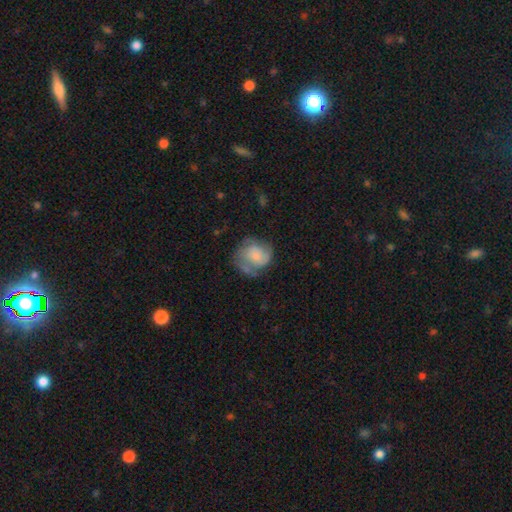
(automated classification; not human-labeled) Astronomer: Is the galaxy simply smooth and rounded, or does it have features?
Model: featured or disk — 47% (runner-up: smooth, 46%).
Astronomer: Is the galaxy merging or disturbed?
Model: none — 49% (runner-up: minor disturbance, 28%).